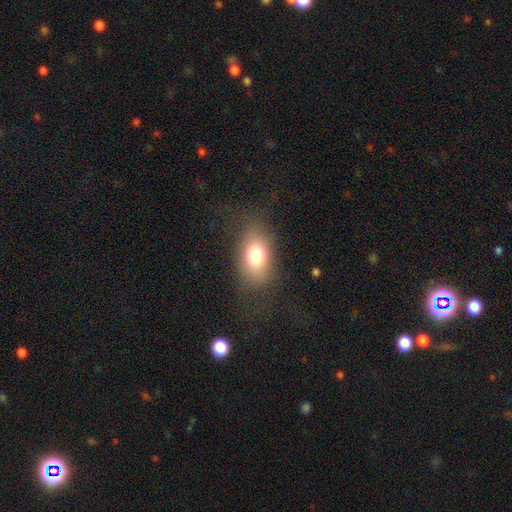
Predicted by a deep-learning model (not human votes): Morphology: type=smooth (76%); roundness=in between (81%); merging=none (74%).